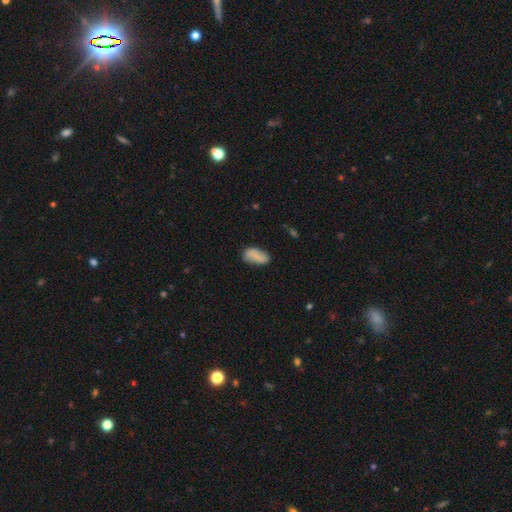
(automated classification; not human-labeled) Smooth or featured: smooth — 75% (featured or disk — 17%)
How rounded: in between — 93% (round — 4%)
Merging: none — 73% (minor disturbance — 20%)